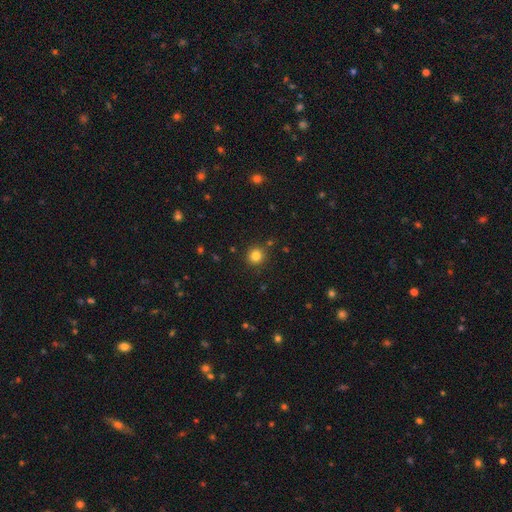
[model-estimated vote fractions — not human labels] smooth 82%, star or artifact 13%, featured or disk 5%. Down the decision tree: how rounded — round (92%); merging — none (88%).